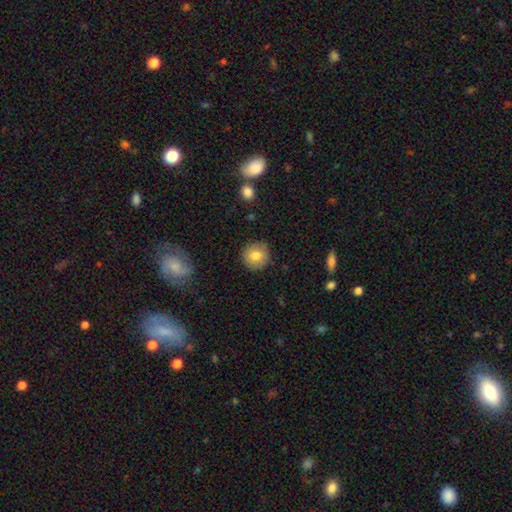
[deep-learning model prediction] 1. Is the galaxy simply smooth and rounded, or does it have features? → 81% smooth, 11% featured or disk, 9% star or artifact.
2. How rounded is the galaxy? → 92% round, 7% in between, 1% cigar-shaped.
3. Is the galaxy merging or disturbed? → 89% none, 8% minor disturbance, 2% major disturbance, 1% merger.